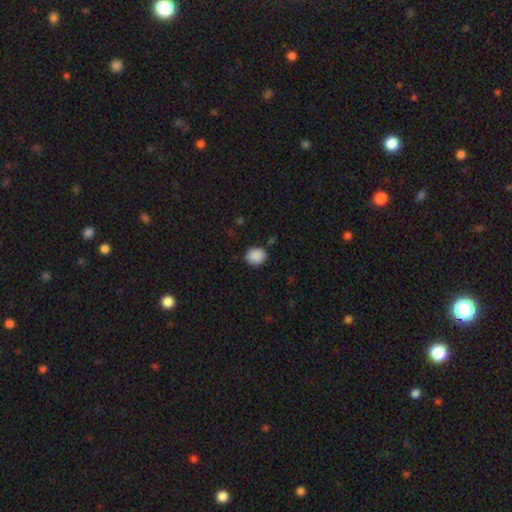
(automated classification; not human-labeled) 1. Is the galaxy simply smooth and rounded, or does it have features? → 89% smooth, 8% star or artifact, 3% featured or disk.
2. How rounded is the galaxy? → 78% round, 21% in between, 1% cigar-shaped.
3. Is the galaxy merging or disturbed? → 85% none, 10% minor disturbance, 3% major disturbance, 2% merger.